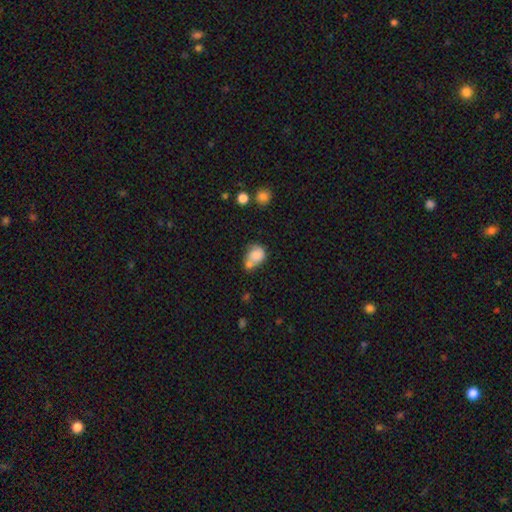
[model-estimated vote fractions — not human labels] This appears to be a smooth galaxy with no disk features (75%) that is in between round and cigar-shaped (51%). Merging: merger (51%).